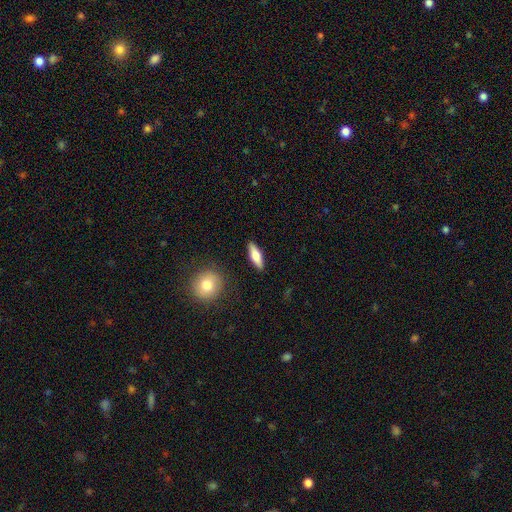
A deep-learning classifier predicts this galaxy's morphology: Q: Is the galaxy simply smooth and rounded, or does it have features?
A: smooth — 61%.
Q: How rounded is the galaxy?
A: cigar-shaped — 51%.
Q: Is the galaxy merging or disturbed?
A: none — 89%.